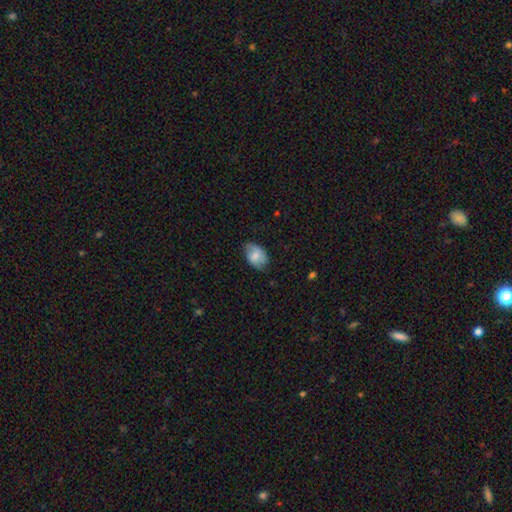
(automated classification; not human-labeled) Overall: smooth (70%). How rounded: in between (84%). Merging: none (66%; minor disturbance 27%).